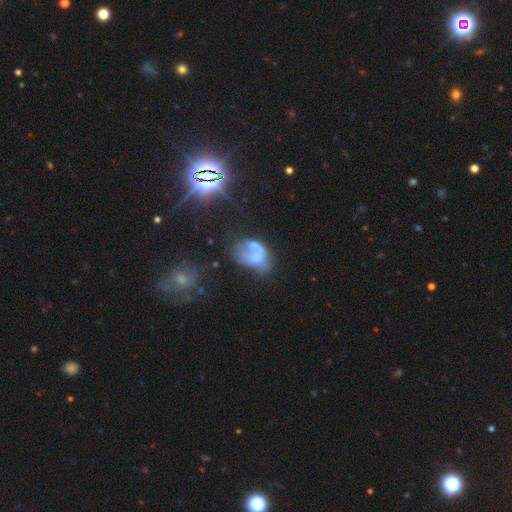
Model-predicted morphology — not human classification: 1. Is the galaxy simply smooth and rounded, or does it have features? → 43% featured or disk, 42% smooth, 14% star or artifact.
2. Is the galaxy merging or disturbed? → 31% major disturbance, 30% merger, 22% none, 18% minor disturbance.